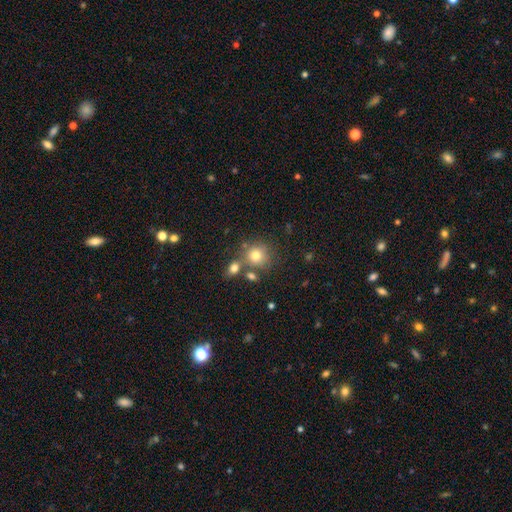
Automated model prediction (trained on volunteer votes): Overall: smooth (76%). How rounded: round (87%). Merging: none (60%; merger 24%).